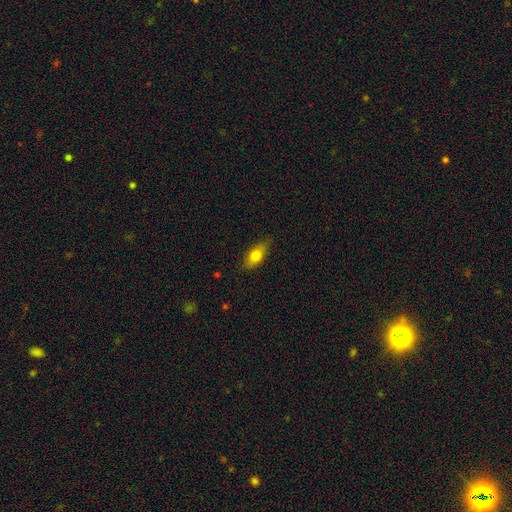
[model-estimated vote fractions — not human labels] The model was most divided on "merging": none: 75%, minor disturbance: 20%, major disturbance: 4%, merger: 1%. More confident: how rounded — in between (82%); smooth or featured — smooth (75%).